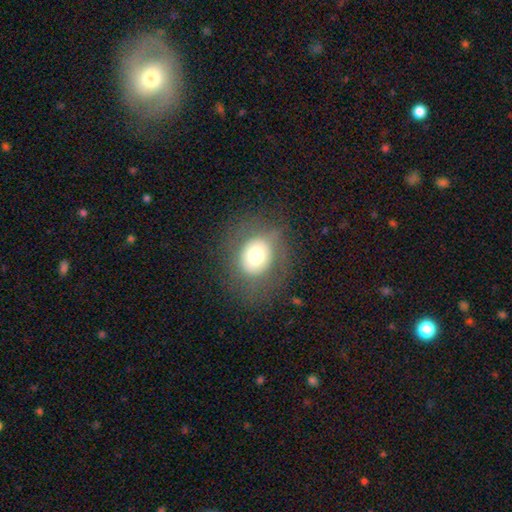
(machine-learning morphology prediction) smooth 64%, featured or disk 23%, star or artifact 12%. Down the decision tree: how rounded — round (70%); merging — none (75%).